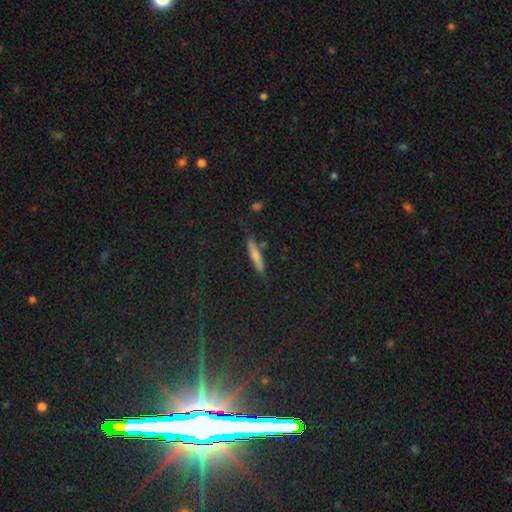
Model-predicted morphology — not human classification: smooth 66%, featured or disk 23%, star or artifact 10%. Down the decision tree: how rounded — cigar-shaped (84%); merging — none (79%).